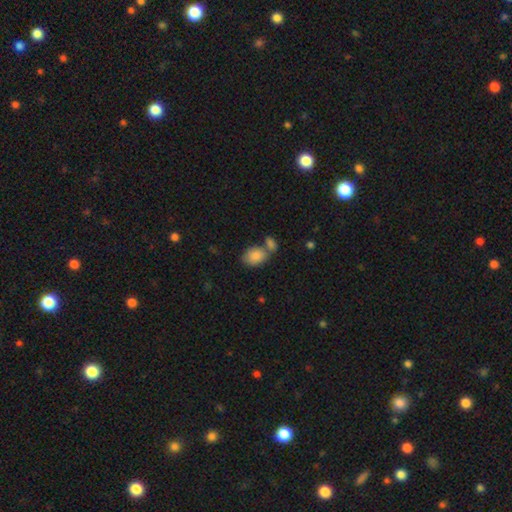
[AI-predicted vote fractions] The model was most divided on "merging": none: 42%, merger: 40%, minor disturbance: 13%, major disturbance: 5%. More confident: smooth or featured — smooth (86%); how rounded — in between (80%).